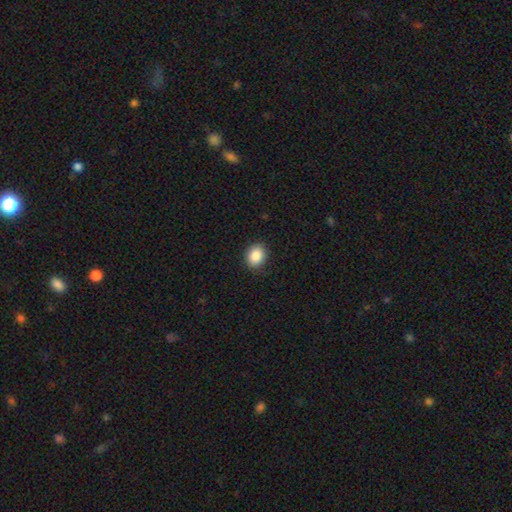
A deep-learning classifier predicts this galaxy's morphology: Smooth or featured: smooth — 89% (star or artifact — 8%)
How rounded: round — 55% (in between — 44%)
Merging: none — 89% (minor disturbance — 8%)